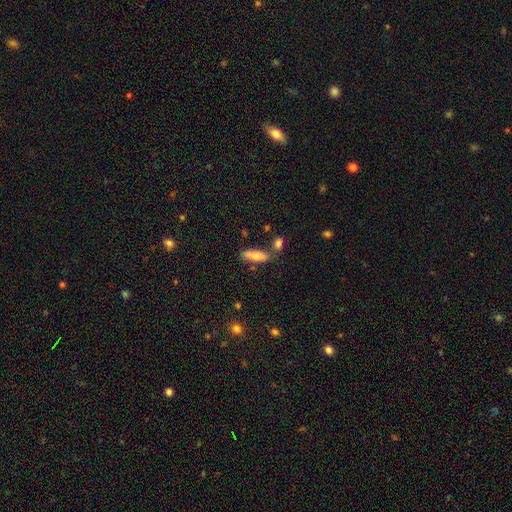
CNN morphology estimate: Overall: smooth (76%). How rounded: in between (52%; cigar-shaped 46%). Merging: none (72%).